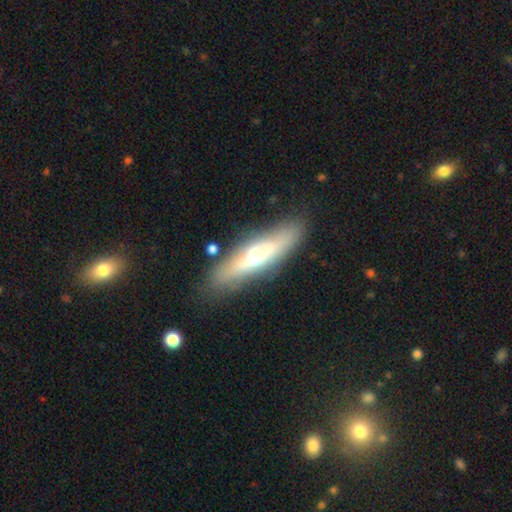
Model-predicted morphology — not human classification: Smooth or featured?
  - featured or disk: 51% *
  - smooth: 42%
  - star or artifact: 7%
Edge-on disk?
  - yes: 70% *
  - no: 30%
Merging?
  - none: 81% *
  - minor disturbance: 12%
  - major disturbance: 4%
  - merger: 3%